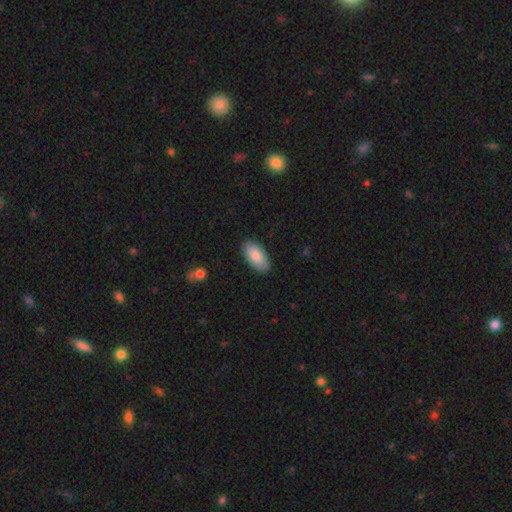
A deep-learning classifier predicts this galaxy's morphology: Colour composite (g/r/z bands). It shows a smooth galaxy with no disk features (86%) that is in between round and cigar-shaped (95%). Merging: none (87%).